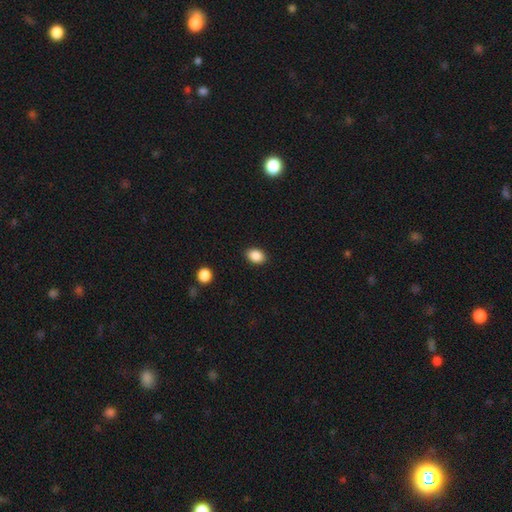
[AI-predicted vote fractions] Smooth or featured: smooth — 88% (star or artifact — 9%)
How rounded: in between — 76% (round — 23%)
Merging: none — 89% (minor disturbance — 8%)